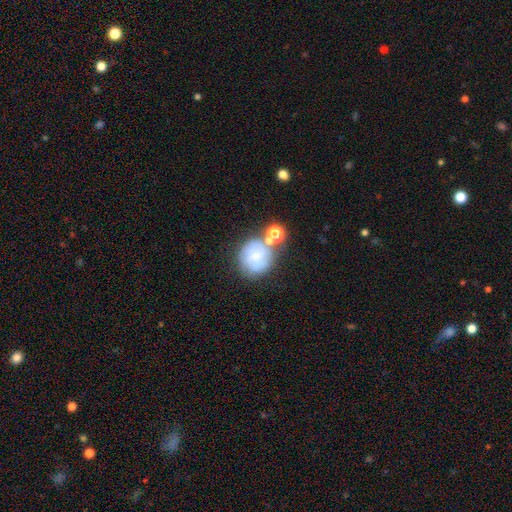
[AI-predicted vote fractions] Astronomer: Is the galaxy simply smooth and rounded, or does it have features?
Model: featured or disk — 45% (runner-up: smooth, 43%).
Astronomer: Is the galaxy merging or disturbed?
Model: none — 51%.